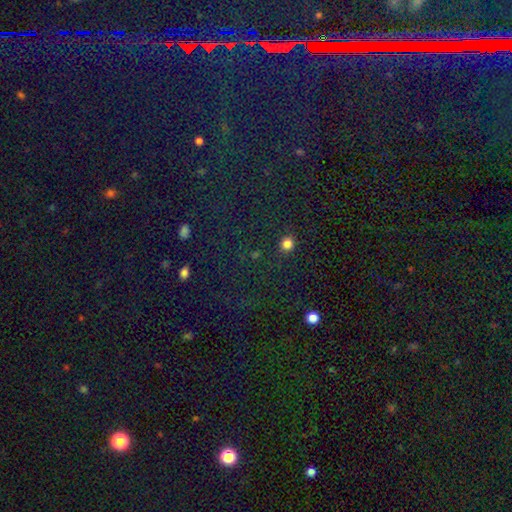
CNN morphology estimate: Smooth or featured? star or artifact (82%)